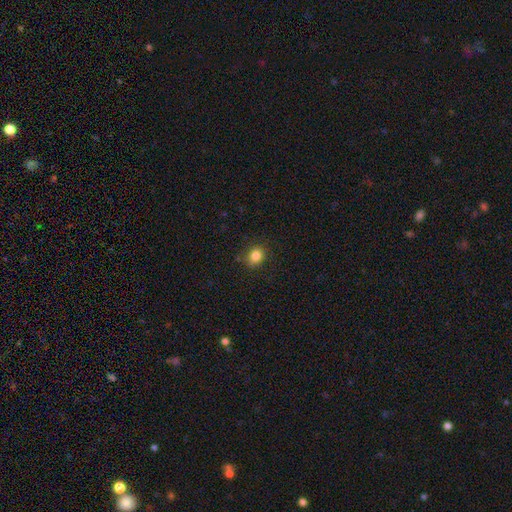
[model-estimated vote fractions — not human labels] Q: Smooth or featured?
A: smooth (84%); runner-up: star or artifact (11%)
Q: How rounded?
A: round (56%); runner-up: in between (43%)
Q: Merging?
A: none (85%); runner-up: minor disturbance (11%)